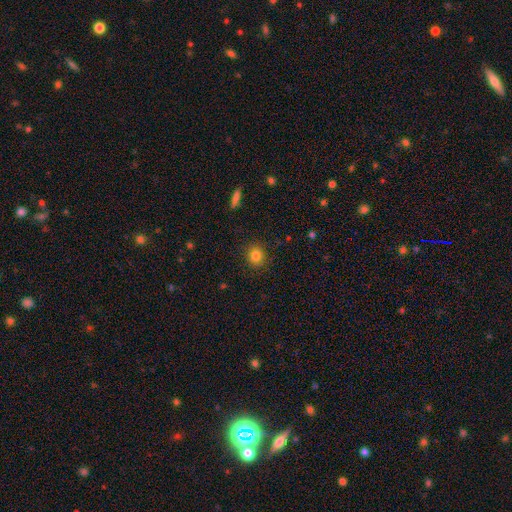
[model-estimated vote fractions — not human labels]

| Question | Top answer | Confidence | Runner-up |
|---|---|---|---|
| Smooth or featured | smooth | 83% | star or artifact (11%) |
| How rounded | round | 86% | in between (13%) |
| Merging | none | 89% | minor disturbance (7%) |